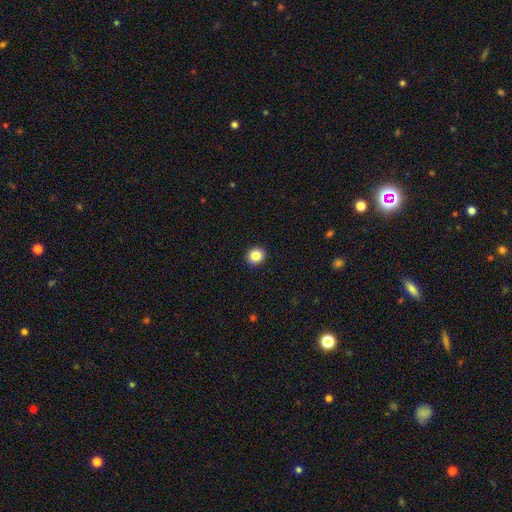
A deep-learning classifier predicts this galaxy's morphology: Smooth or featured: smooth — 87% (star or artifact — 9%)
How rounded: round — 69% (in between — 30%)
Merging: none — 91% (minor disturbance — 6%)